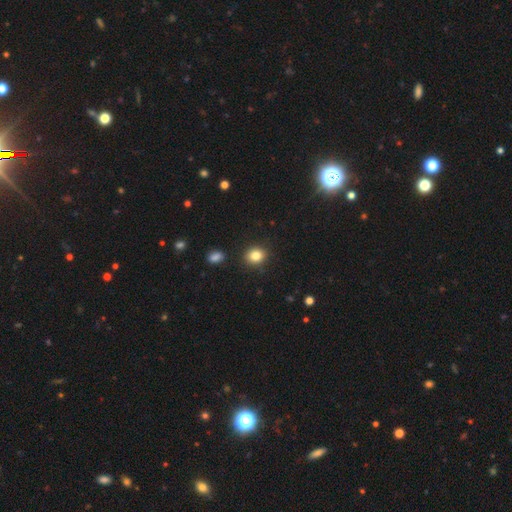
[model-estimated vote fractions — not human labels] A smooth galaxy with no disk features (84%) that is round (65%). Merging: none (88%).